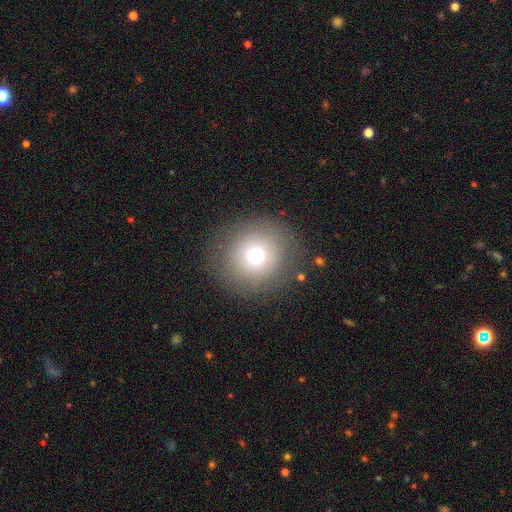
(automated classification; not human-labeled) Smooth or featured: smooth — 69% (star or artifact — 18%)
How rounded: round — 93% (in between — 6%)
Merging: none — 85% (minor disturbance — 8%)